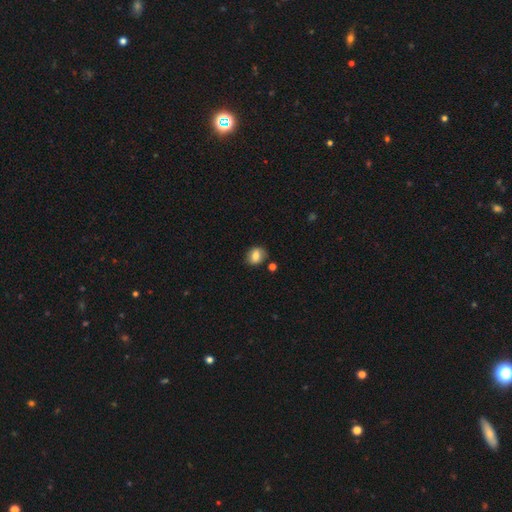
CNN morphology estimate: The model was most divided on "how rounded": in between: 52%, round: 47%, cigar-shaped: 1%. More confident: merging — none (79%); smooth or featured — smooth (75%).